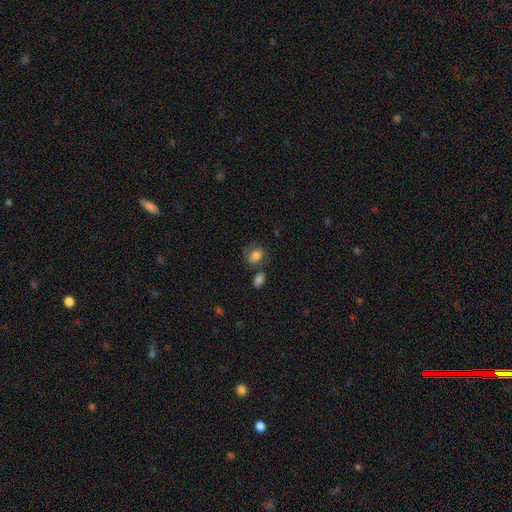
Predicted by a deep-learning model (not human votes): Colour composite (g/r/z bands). It shows a smooth galaxy with no disk features (80%) that is in between round and cigar-shaped (71%). Merging: none (54%).